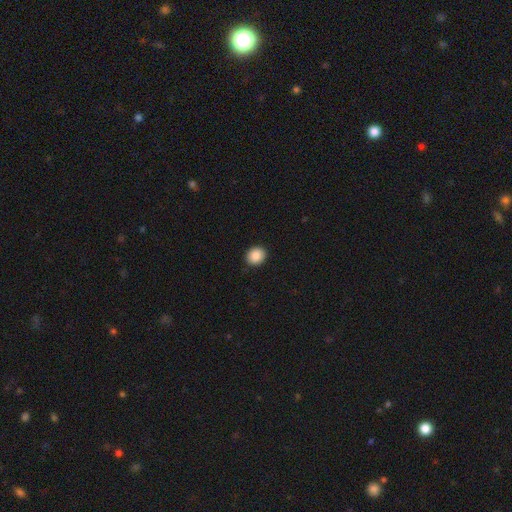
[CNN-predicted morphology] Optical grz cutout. It shows a smooth galaxy with no disk features (88%) that is round (78%). Merging: none (92%).